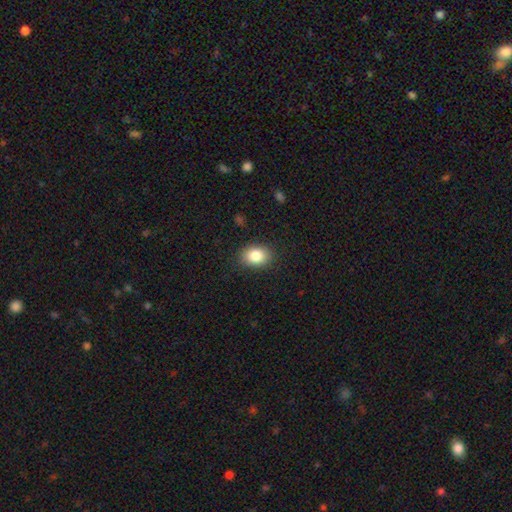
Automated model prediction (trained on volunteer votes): smooth-or-featured: smooth: 84% | star or artifact: 9% | featured or disk: 7%
  how-rounded: in between: 67% | round: 32% | cigar-shaped: 1%
  merging: none: 87% | minor disturbance: 10% | major disturbance: 3% | merger: 1%